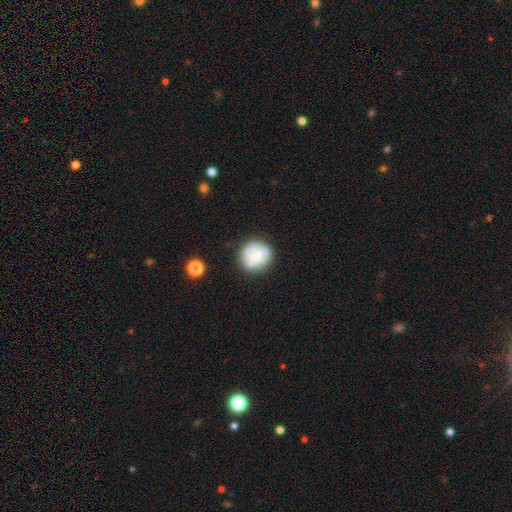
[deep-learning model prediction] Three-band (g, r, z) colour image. It shows a smooth galaxy with no disk features (70%) that is round (87%). Merging: none (75%).